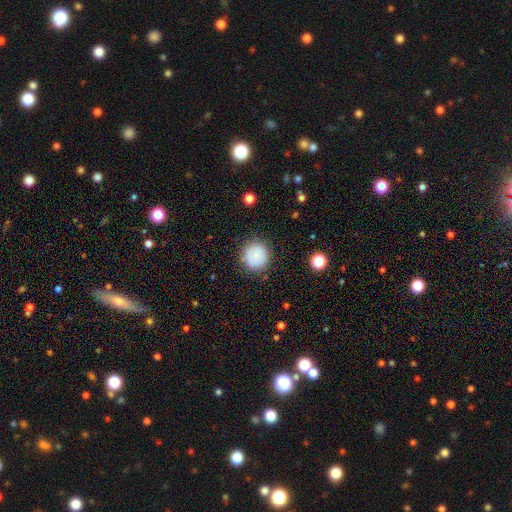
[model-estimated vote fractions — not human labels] Smooth or featured? Predicted: smooth (p=0.83). How rounded? Predicted: round (p=0.91). Merging? Predicted: none (p=0.85).